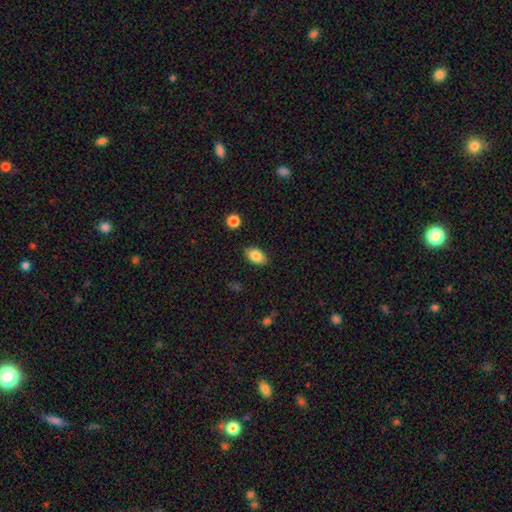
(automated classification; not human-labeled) Smooth or featured? smooth (84%)
How rounded? in between (90%)
Merging? none (85%)